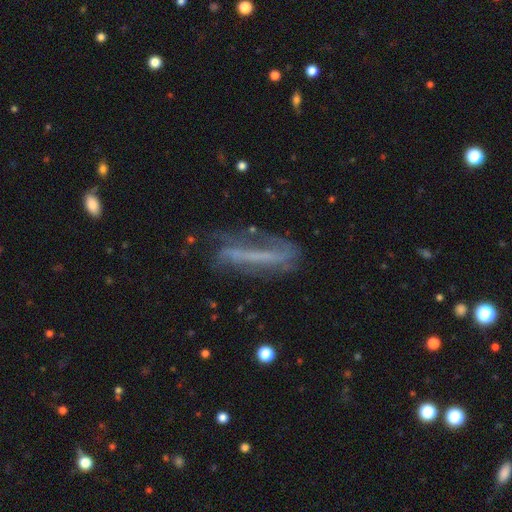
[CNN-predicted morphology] Smooth or featured: featured or disk — 50% (smooth — 33%)
Edge-on disk: no — 53% (yes — 47%)
Merging: none — 55% (minor disturbance — 23%)